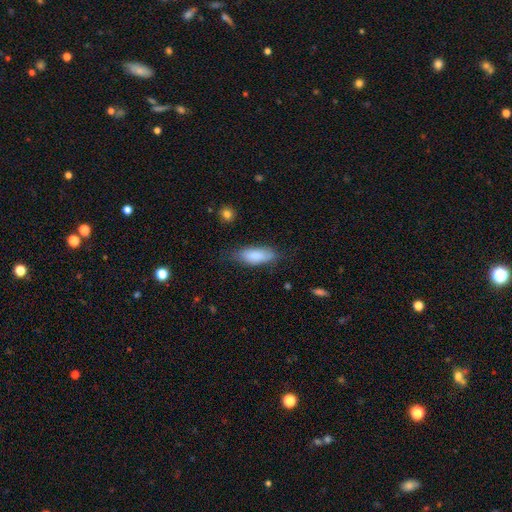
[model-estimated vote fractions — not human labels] Smooth or featured?
  - smooth: 84% *
  - featured or disk: 10%
  - star or artifact: 6%
How rounded?
  - in between: 76% *
  - cigar-shaped: 21%
  - round: 2%
Merging?
  - none: 68% *
  - minor disturbance: 24%
  - major disturbance: 7%
  - merger: 2%